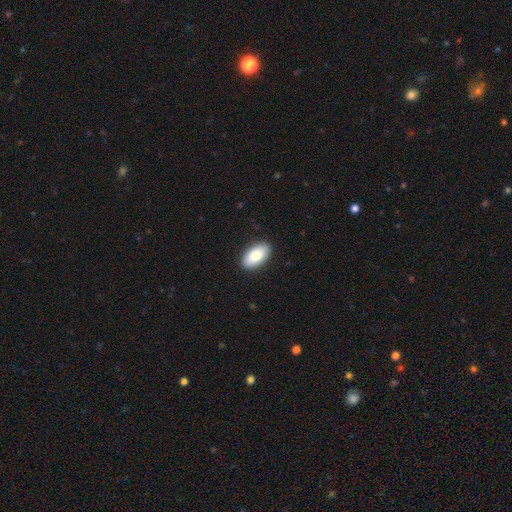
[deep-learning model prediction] Smooth or featured: smooth — 83% (featured or disk — 11%)
How rounded: in between — 95% (round — 3%)
Merging: none — 90% (minor disturbance — 8%)